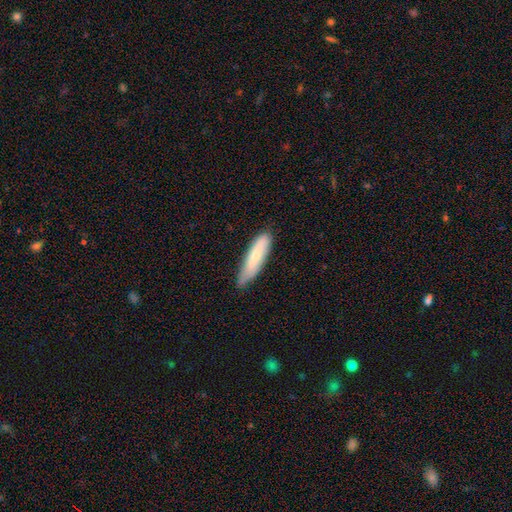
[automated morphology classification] A smooth galaxy with no disk features (69%) that is cigar-shaped (68%). Merging: none (69%).